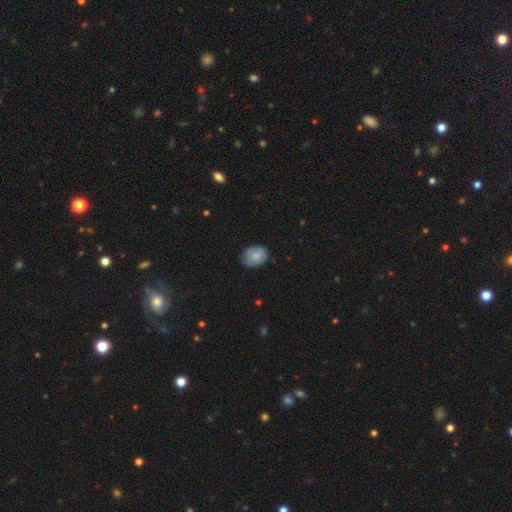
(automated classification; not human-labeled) Smooth or featured: smooth — 78% (featured or disk — 15%)
How rounded: in between — 62% (round — 37%)
Merging: none — 72% (minor disturbance — 23%)